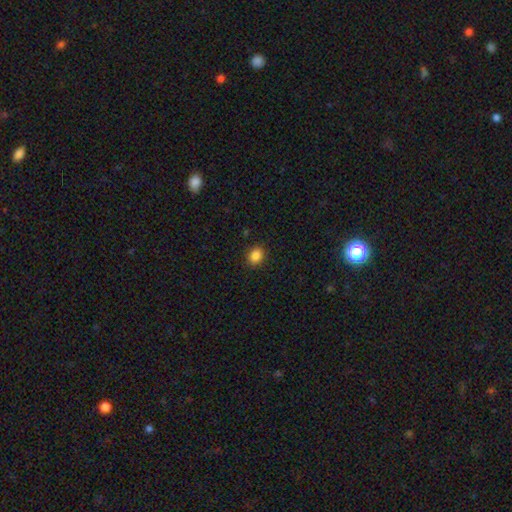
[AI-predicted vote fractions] Smooth or featured? Predicted: smooth (p=0.87). How rounded? Predicted: round (p=0.52). Merging? Predicted: none (p=0.90).